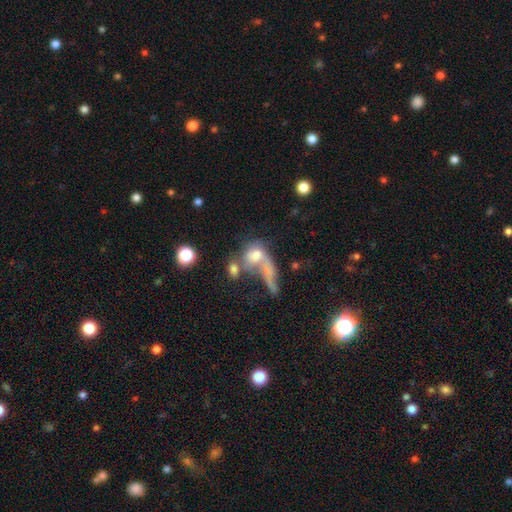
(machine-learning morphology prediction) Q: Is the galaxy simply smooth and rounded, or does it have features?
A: smooth — 55%.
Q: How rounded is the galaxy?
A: in between — 57%.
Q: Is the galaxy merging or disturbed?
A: merger — 53%.